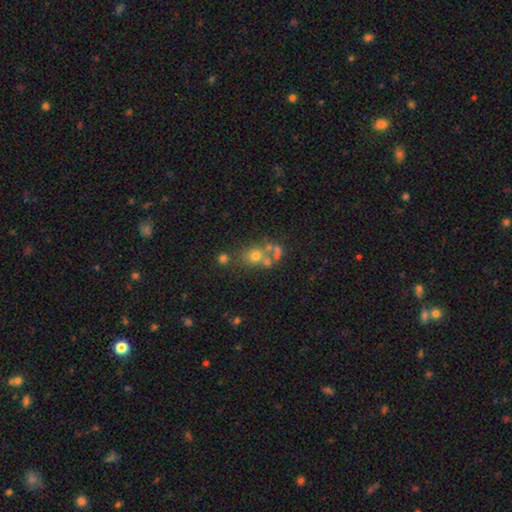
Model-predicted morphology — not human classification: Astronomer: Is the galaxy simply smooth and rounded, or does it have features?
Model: smooth — 56%.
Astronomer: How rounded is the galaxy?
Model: round — 66%.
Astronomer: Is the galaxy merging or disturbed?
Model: none — 41% (runner-up: merger, 36%).